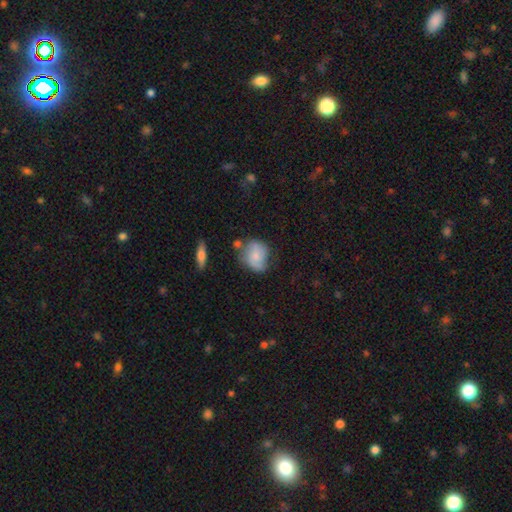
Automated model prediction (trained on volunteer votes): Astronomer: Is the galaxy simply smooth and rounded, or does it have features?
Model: smooth — 60%.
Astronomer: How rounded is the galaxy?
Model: round — 56% (runner-up: in between, 42%).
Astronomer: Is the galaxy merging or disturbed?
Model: none — 51% (runner-up: minor disturbance, 30%).